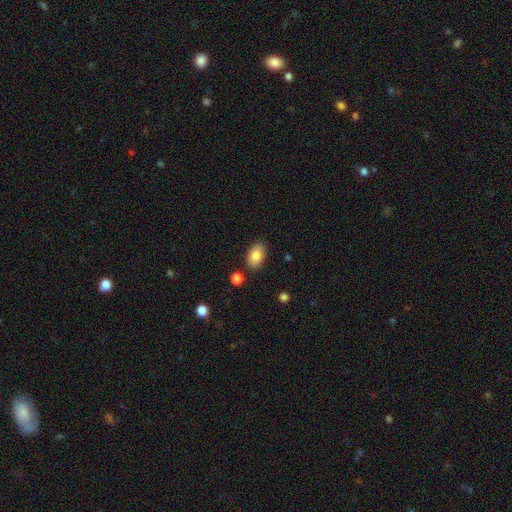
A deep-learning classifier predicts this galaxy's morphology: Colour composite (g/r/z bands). It shows a smooth galaxy with no disk features (84%) that is in between round and cigar-shaped (92%). Merging: none (84%).